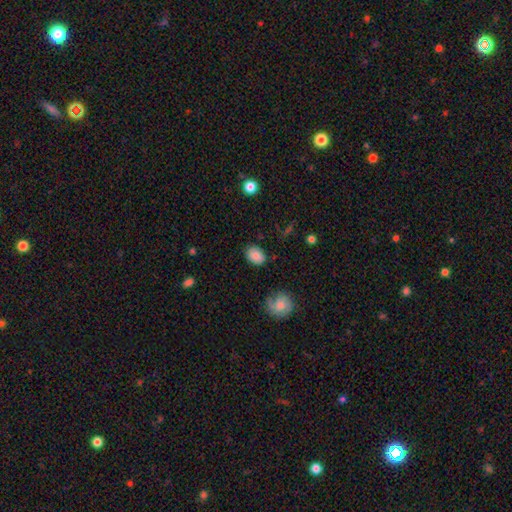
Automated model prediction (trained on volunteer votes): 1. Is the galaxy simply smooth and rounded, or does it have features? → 84% smooth, 8% star or artifact, 8% featured or disk.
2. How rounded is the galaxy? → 71% in between, 28% round, 1% cigar-shaped.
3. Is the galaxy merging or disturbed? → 81% none, 14% minor disturbance, 3% major disturbance, 2% merger.